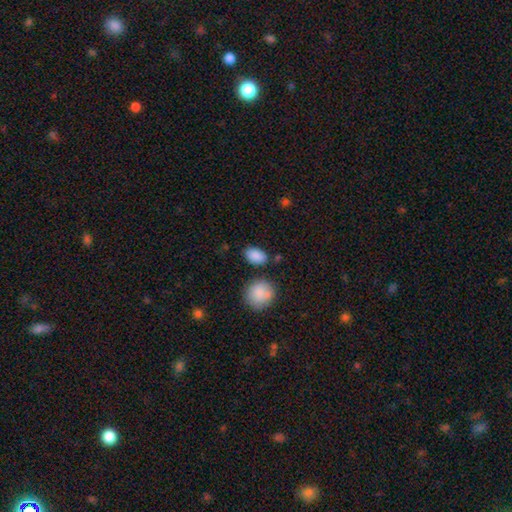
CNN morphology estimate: smooth_or_featured: smooth (p=0.87) [alt: star or artifact p=0.08]
how_rounded: in between (p=0.85) [alt: round p=0.14]
merging: none (p=0.80) [alt: minor disturbance p=0.12]